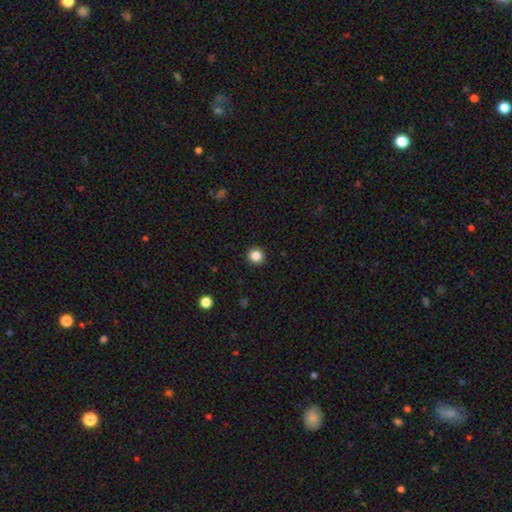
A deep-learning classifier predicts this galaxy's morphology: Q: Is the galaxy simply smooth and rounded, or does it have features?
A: smooth — 85%.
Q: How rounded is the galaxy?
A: round — 92%.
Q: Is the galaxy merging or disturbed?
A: none — 93%.